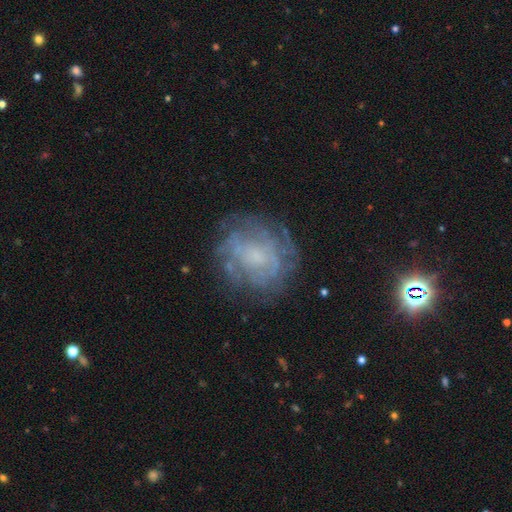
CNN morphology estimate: This appears to be a featured or disk galaxy (65%) with no bar (74%), spiral arms (64%) and a small central bulge (46%). Merging: none (73%).